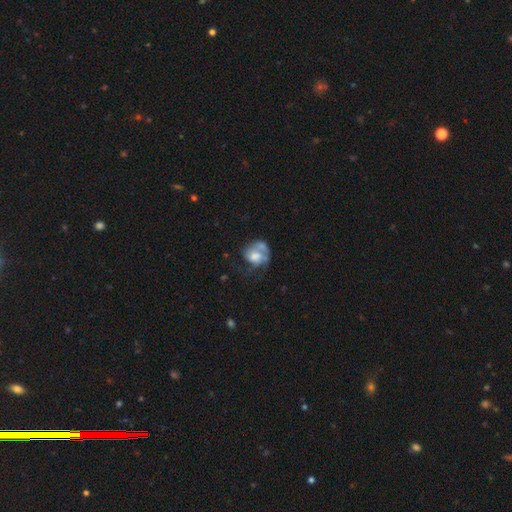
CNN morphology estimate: The model was most divided on "bulge size": moderate: 38%, large: 32%, small: 13%, none: 12%, dominant: 4%. Remaining: edge-on disk — no (97%); bar — no (79%); spiral arms — yes (58%); smooth or featured — featured or disk (52%); merging — major disturbance (36%).